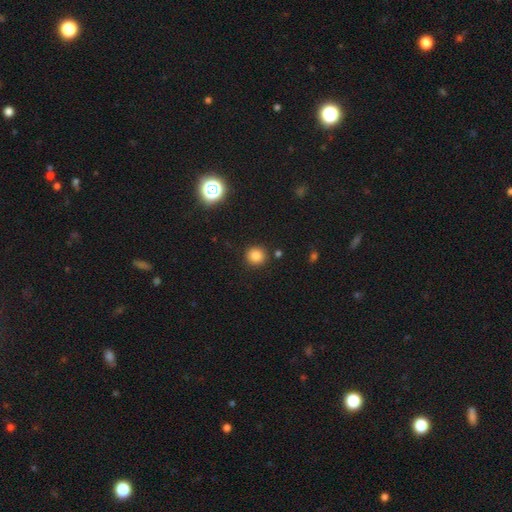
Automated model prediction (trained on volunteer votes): Smooth or featured?
  - smooth: 83% *
  - star or artifact: 12%
  - featured or disk: 4%
How rounded?
  - round: 92% *
  - in between: 7%
  - cigar-shaped: 1%
Merging?
  - none: 89% *
  - minor disturbance: 6%
  - merger: 3%
  - major disturbance: 2%